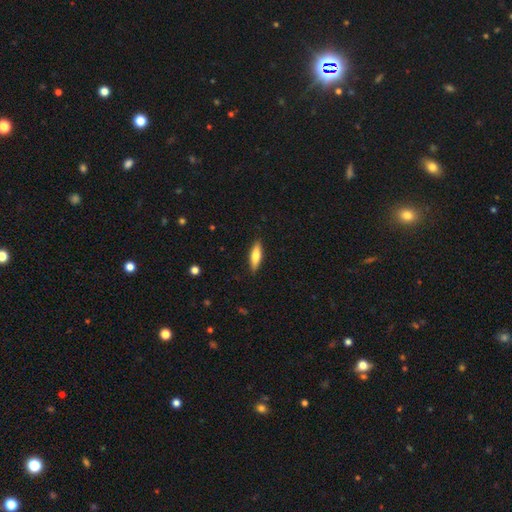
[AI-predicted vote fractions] Overall: smooth (68%). How rounded: cigar-shaped (59%; in between 39%). Merging: none (88%).